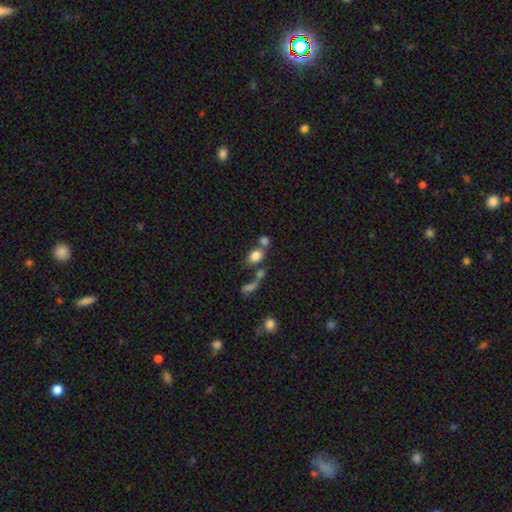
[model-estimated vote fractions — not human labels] Overall: smooth (79%). How rounded: in between (65%; round 33%). Merging: none (44%; merger 38%).